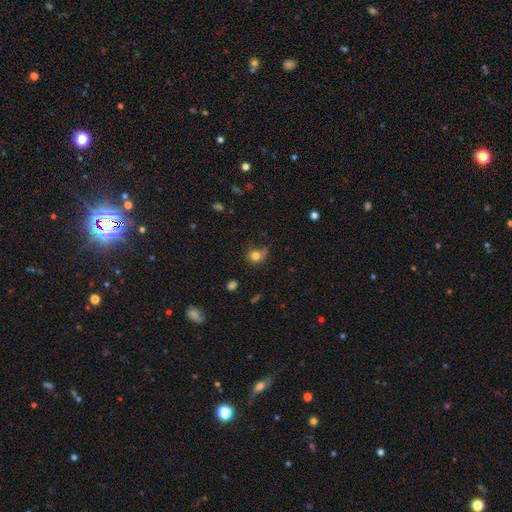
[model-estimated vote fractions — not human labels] Morphology: type=smooth (80%); roundness=round (82%); merging=none (64%).